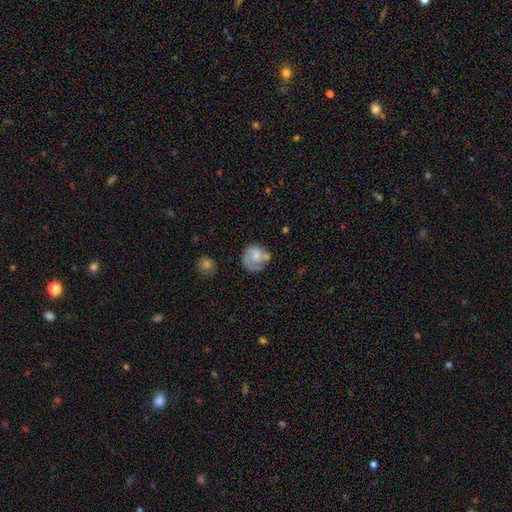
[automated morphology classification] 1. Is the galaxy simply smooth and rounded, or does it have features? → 52% smooth, 41% featured or disk, 8% star or artifact.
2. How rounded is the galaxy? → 79% round, 20% in between, 1% cigar-shaped.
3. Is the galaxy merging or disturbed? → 50% none, 24% minor disturbance, 16% major disturbance, 10% merger.